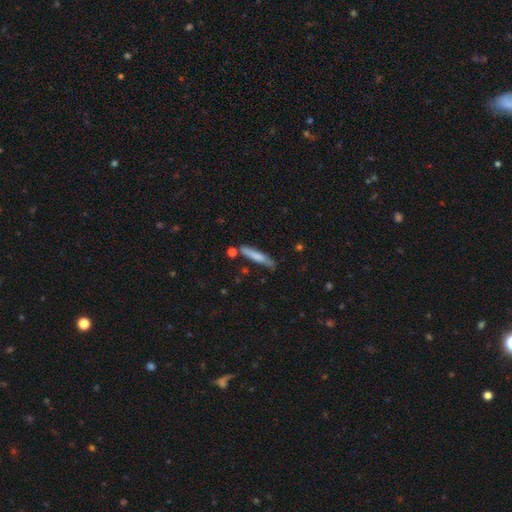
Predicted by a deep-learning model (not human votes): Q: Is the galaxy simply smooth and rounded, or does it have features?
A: smooth — 72%.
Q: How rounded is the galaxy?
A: cigar-shaped — 91%.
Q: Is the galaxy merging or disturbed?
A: none — 73%.